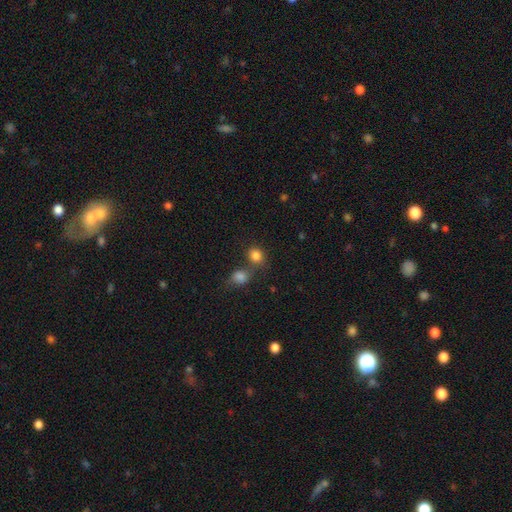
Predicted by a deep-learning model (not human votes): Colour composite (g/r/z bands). It shows a smooth galaxy with no disk features (83%) that is round (71%). Merging: none (54%).